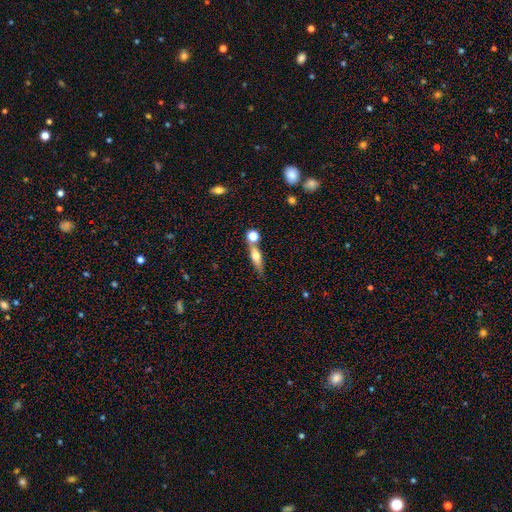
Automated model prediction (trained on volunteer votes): This is possibly a smooth galaxy (55%). How rounded: possibly cigar-shaped (59%). Merging: possibly none (58%).